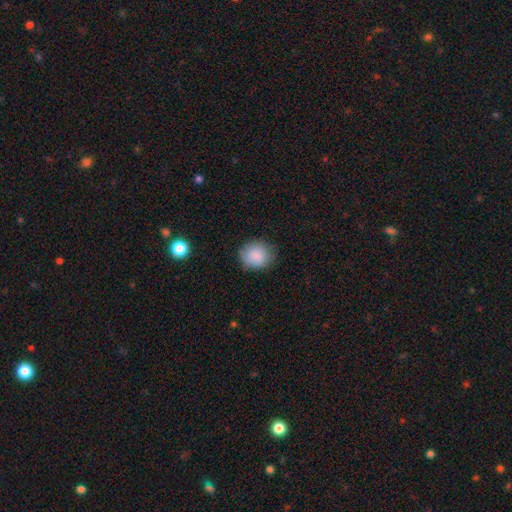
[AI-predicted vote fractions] This is clearly a smooth galaxy (86%). How rounded: likely round (72%). Merging: likely none (79%).